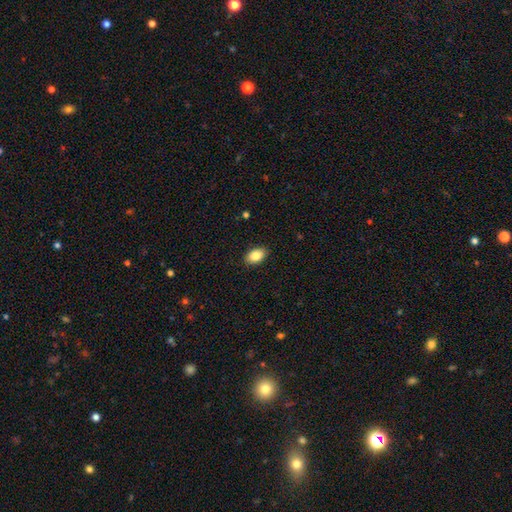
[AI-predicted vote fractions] The model was most divided on "smooth or featured": smooth: 85%, star or artifact: 8%, featured or disk: 7%. More confident: how rounded — in between (90%); merging — none (89%).